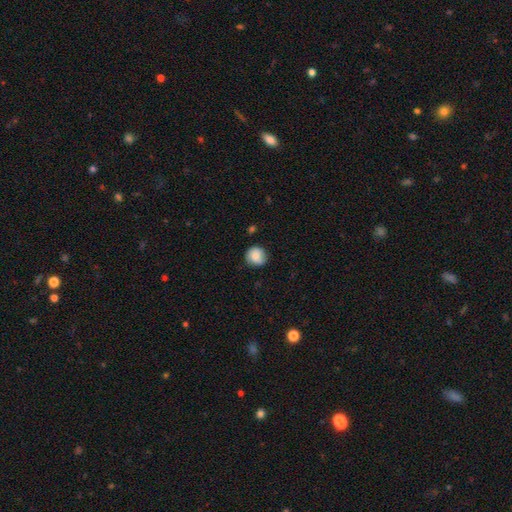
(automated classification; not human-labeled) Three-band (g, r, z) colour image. It shows a smooth galaxy with no disk features (80%) that is round (88%). Merging: none (77%).